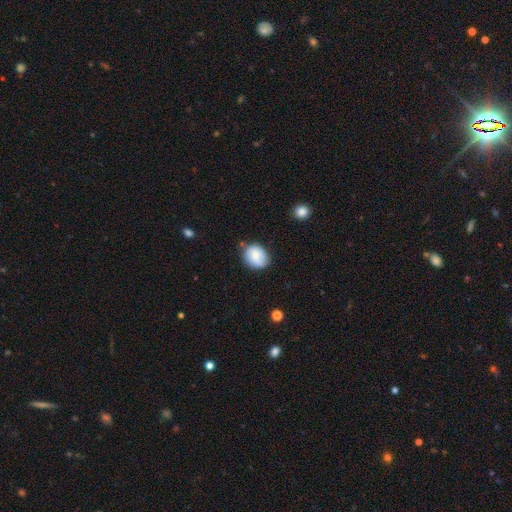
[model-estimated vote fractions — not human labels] smooth-or-featured: smooth: 74% | featured or disk: 18% | star or artifact: 8%
  how-rounded: round: 57% | in between: 42% | cigar-shaped: 1%
  merging: none: 70% | minor disturbance: 22% | major disturbance: 4% | merger: 3%